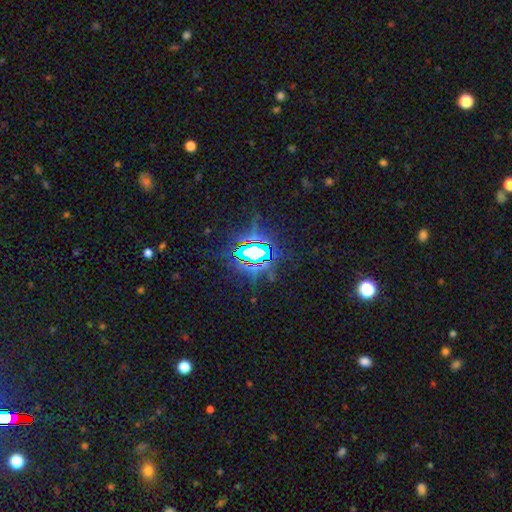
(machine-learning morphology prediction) smooth-or-featured: star or artifact: 79% | featured or disk: 11% | smooth: 10%